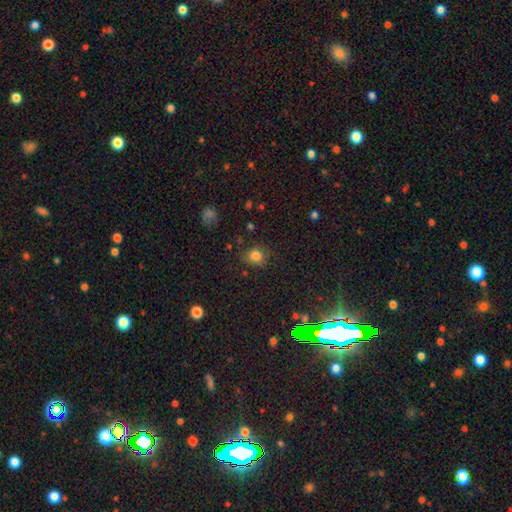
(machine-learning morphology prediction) Smooth or featured? Predicted: smooth (p=0.81). How rounded? Predicted: round (p=0.72). Merging? Predicted: none (p=0.77).